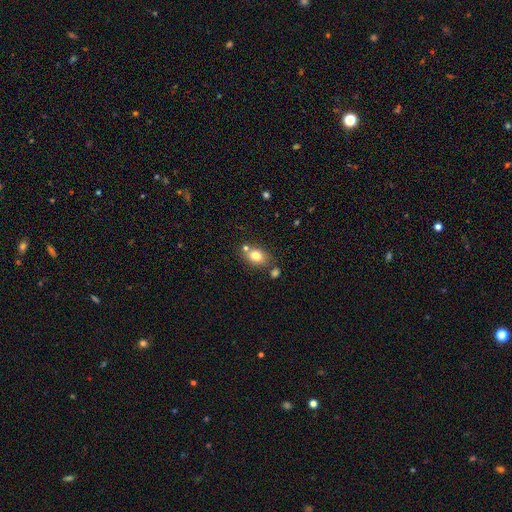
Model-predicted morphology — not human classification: smooth_or_featured: smooth (p=0.78) [alt: featured or disk p=0.12]
how_rounded: in between (p=0.63) [alt: round p=0.36]
merging: none (p=0.64) [alt: merger p=0.18]